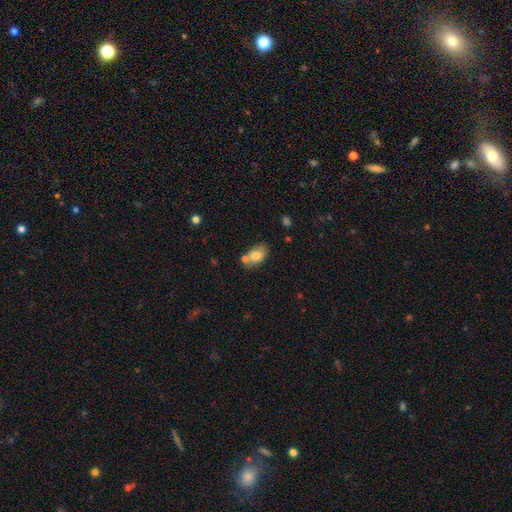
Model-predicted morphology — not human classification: A smooth galaxy with no disk features (77%) that is in between round and cigar-shaped (85%).

Vote fractions:
- Smooth or featured? smooth: 77% / featured or disk: 15% / star or artifact: 8%
- How rounded? in between: 85% / round: 14% / cigar-shaped: 1%
- Merging? none: 54% / merger: 24% / minor disturbance: 17% / major disturbance: 5%